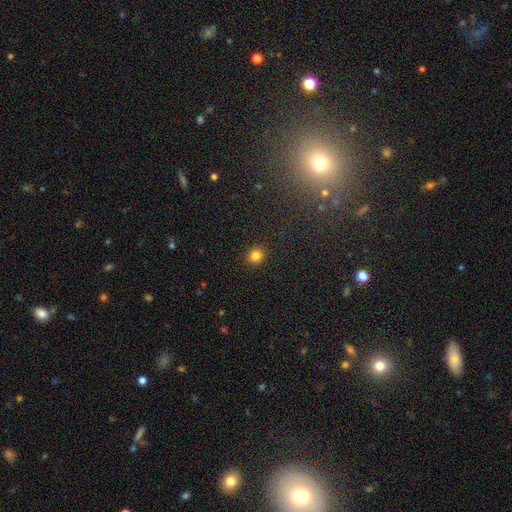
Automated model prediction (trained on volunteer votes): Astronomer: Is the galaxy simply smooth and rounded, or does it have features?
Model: smooth — 83%.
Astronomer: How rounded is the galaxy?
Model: round — 83%.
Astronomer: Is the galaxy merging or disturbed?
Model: none — 91%.